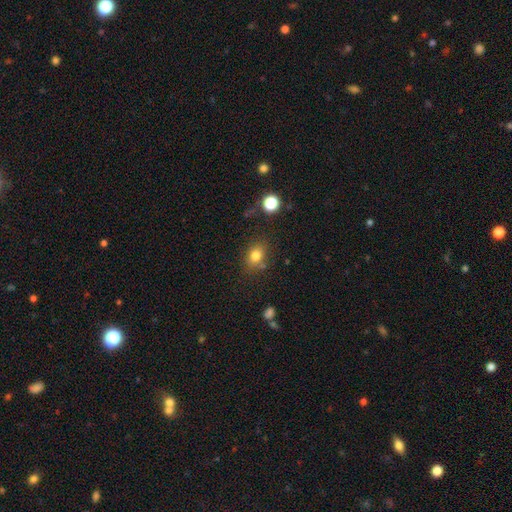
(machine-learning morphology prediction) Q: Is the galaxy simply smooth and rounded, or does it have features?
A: smooth — 79%.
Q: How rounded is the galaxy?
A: in between — 59%.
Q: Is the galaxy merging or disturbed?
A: none — 73%.